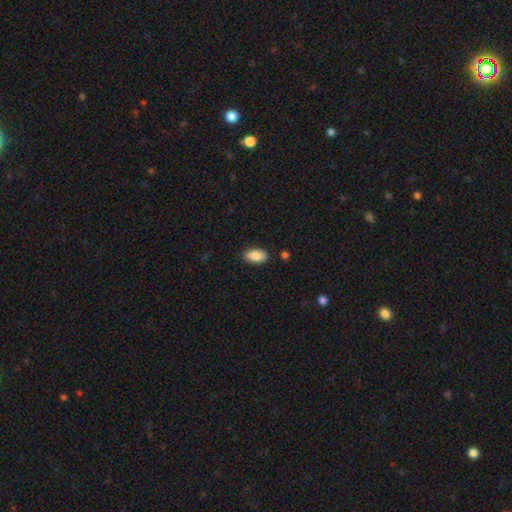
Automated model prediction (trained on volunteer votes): The model was most divided on "merging": none: 88%, minor disturbance: 9%, major disturbance: 2%, merger: 2%. More confident: how rounded — in between (93%); smooth or featured — smooth (88%).